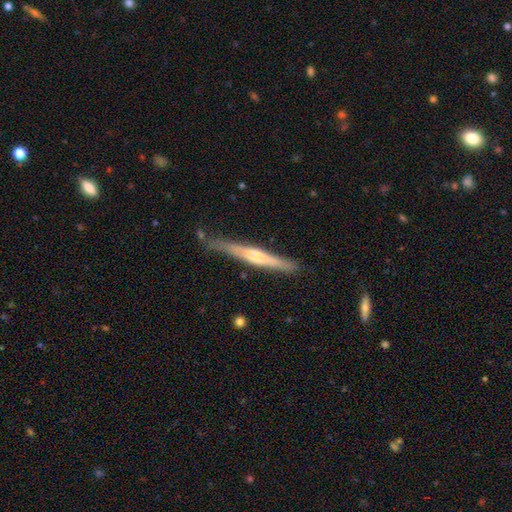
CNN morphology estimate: A featured or disk galaxy (61%) viewed edge-on (96%) with a rounded central bulge (59%).

Vote fractions:
- Smooth or featured? featured or disk: 61% / smooth: 33% / star or artifact: 6%
- Edge-on disk? yes: 96% / no: 4%
- Edge-on bulge? rounded: 59% / none: 21% / boxy: 20%
- Merging? none: 81% / minor disturbance: 14% / major disturbance: 3% / merger: 2%